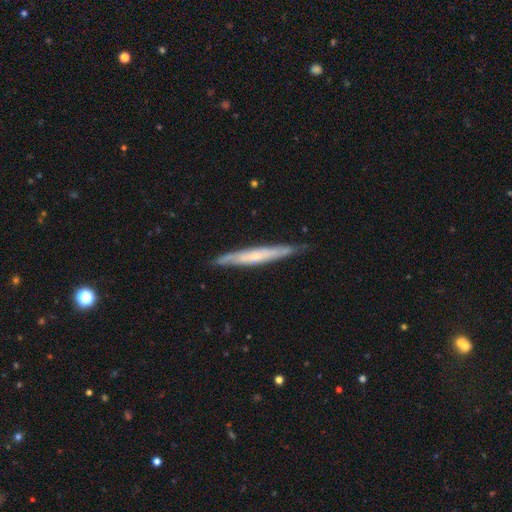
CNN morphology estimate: This appears to be a featured or disk galaxy (58%) viewed edge-on (88%) with no central bulge (58%). Merging: none (82%).